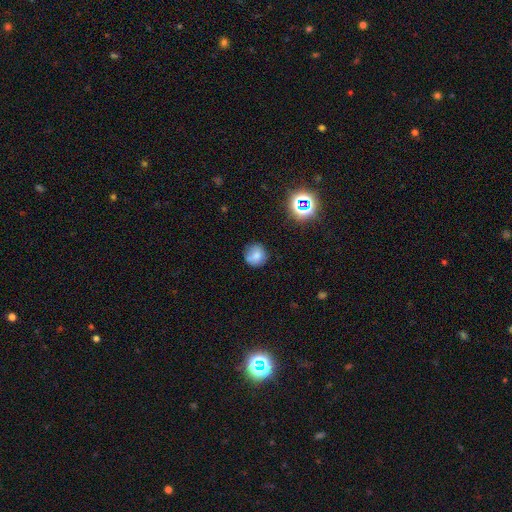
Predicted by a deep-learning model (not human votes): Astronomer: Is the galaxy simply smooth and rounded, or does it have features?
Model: smooth — 75%.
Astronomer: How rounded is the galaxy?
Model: round — 88%.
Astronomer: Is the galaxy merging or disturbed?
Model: none — 74%.